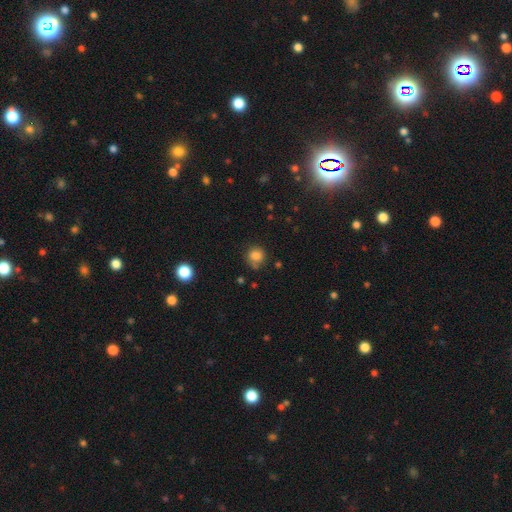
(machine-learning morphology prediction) smooth-or-featured: smooth: 82% | star or artifact: 12% | featured or disk: 6%
  how-rounded: round: 82% | in between: 17% | cigar-shaped: 1%
  merging: none: 66% | minor disturbance: 22% | major disturbance: 7% | merger: 5%